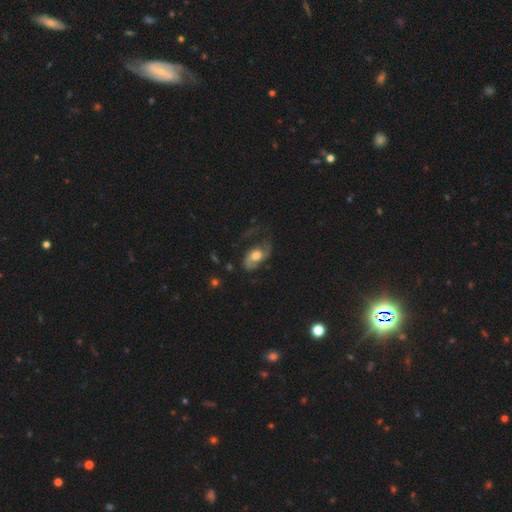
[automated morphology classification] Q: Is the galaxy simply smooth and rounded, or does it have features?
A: featured or disk — 55%.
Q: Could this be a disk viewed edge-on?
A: no — 92%.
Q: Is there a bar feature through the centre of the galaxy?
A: no — 72%.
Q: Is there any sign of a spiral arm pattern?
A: yes — 78%.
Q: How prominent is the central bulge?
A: moderate — 52%.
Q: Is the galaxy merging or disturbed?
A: none — 42%.